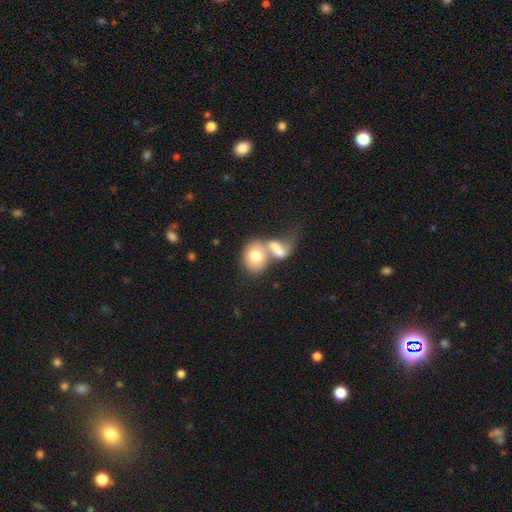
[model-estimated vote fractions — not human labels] The model was most divided on "how rounded": in between: 56%, round: 42%, cigar-shaped: 2%. More confident: smooth or featured — smooth (70%); merging — merger (65%).